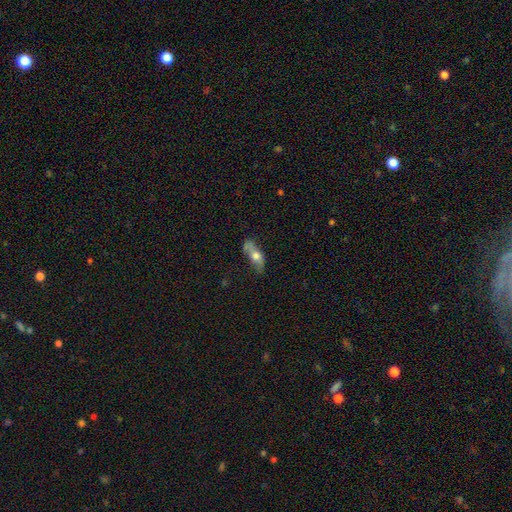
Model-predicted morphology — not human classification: A smooth galaxy with no disk features (57%) that is in between round and cigar-shaped (70%).

Vote fractions:
- Smooth or featured? smooth: 57% / featured or disk: 36% / star or artifact: 7%
- How rounded? in between: 70% / cigar-shaped: 25% / round: 5%
- Merging? none: 48% / minor disturbance: 29% / major disturbance: 14% / merger: 9%